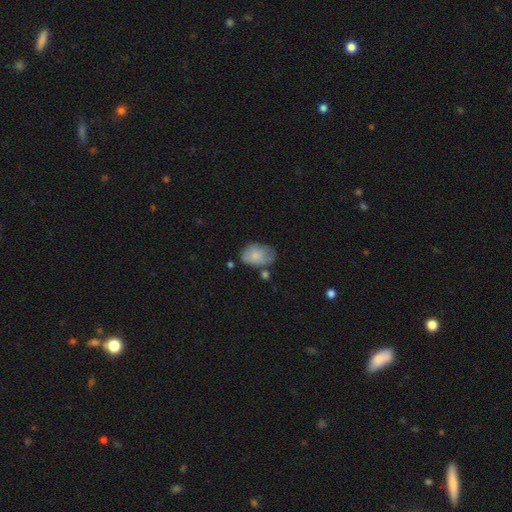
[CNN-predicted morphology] This is likely a smooth galaxy (77%). How rounded: clearly in between (84%). Merging: possibly none (54%).